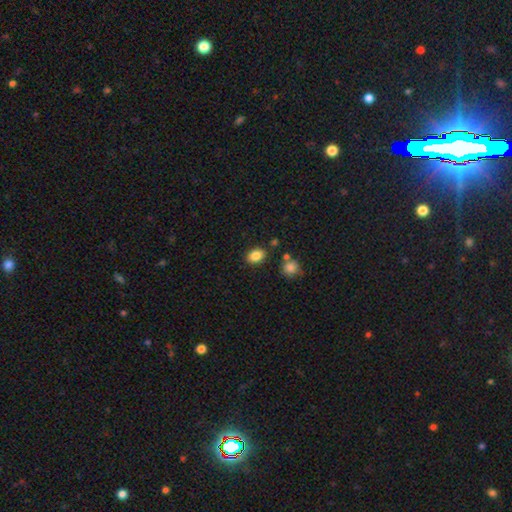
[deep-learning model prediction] Q: Smooth or featured?
A: smooth (85%); runner-up: star or artifact (9%)
Q: How rounded?
A: in between (74%); runner-up: round (25%)
Q: Merging?
A: none (84%); runner-up: minor disturbance (9%)